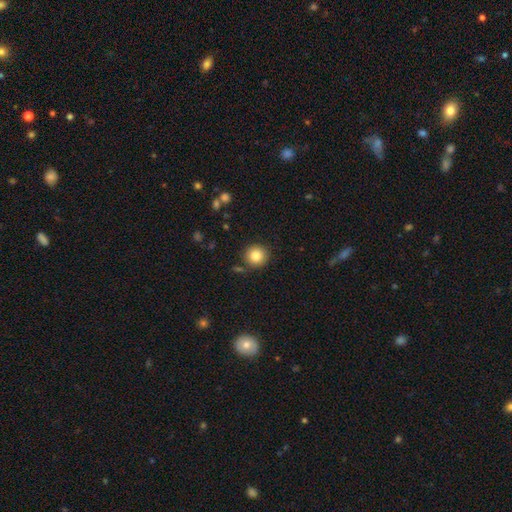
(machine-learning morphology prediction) Q: Smooth or featured?
A: smooth (84%); runner-up: star or artifact (10%)
Q: How rounded?
A: round (93%); runner-up: in between (6%)
Q: Merging?
A: none (87%); runner-up: minor disturbance (8%)